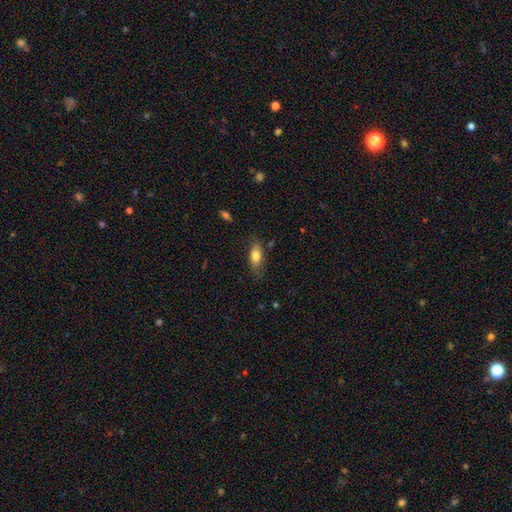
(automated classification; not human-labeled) This appears to be a smooth galaxy with no disk features (74%) that is in between round and cigar-shaped (78%). Merging: none (73%).